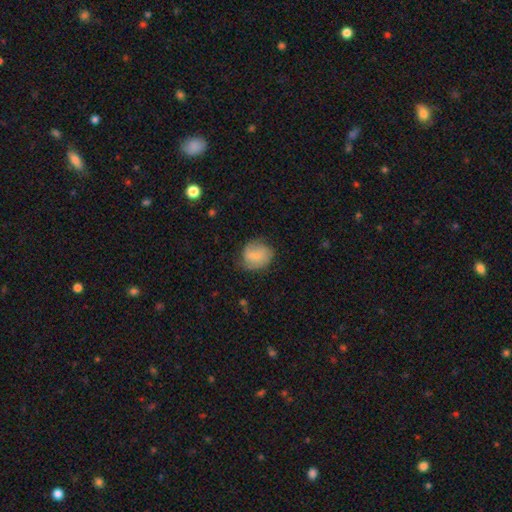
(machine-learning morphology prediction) type=smooth (66%); roundness=round (68%); merging=none (58%).